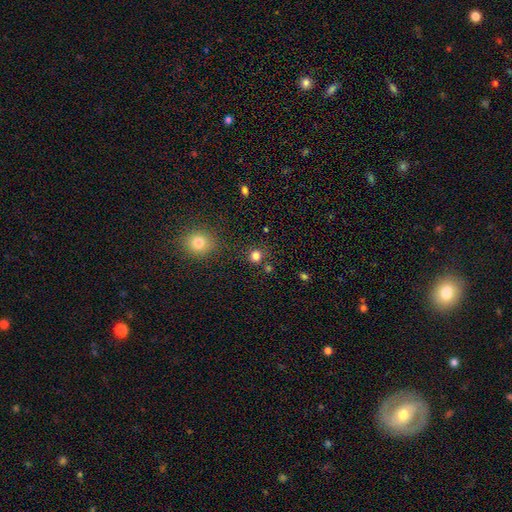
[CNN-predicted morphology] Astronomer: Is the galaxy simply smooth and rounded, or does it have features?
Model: smooth — 79%.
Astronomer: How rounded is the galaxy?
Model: round — 91%.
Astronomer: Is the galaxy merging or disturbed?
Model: none — 83%.